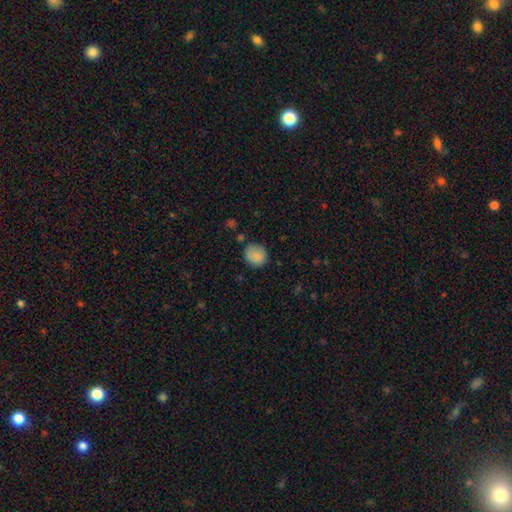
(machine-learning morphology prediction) Smooth or featured? Predicted: smooth (p=0.86). How rounded? Predicted: round (p=0.82). Merging? Predicted: none (p=0.78).